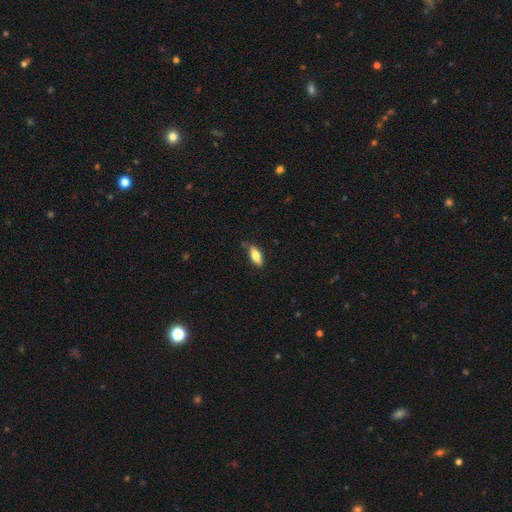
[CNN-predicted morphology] A smooth galaxy with no disk features (77%) that is in between round and cigar-shaped (78%).

Vote fractions:
- Smooth or featured? smooth: 77% / featured or disk: 16% / star or artifact: 6%
- How rounded? in between: 78% / cigar-shaped: 20% / round: 2%
- Merging? none: 76% / minor disturbance: 18% / major disturbance: 3% / merger: 3%